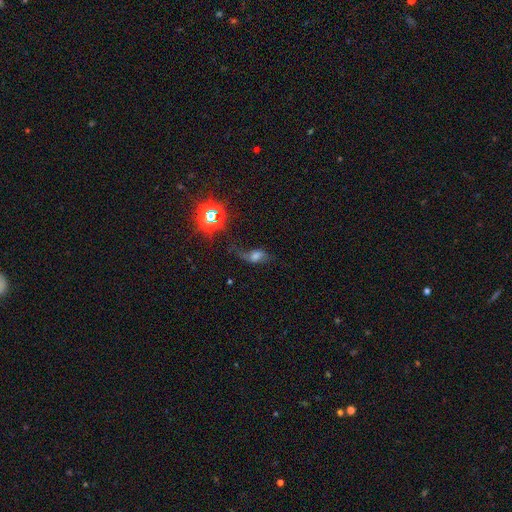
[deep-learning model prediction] Smooth or featured?
  - featured or disk: 41% *
  - smooth: 36%
  - star or artifact: 23%
Merging?
  - none: 40% *
  - major disturbance: 30%
  - minor disturbance: 23%
  - merger: 7%